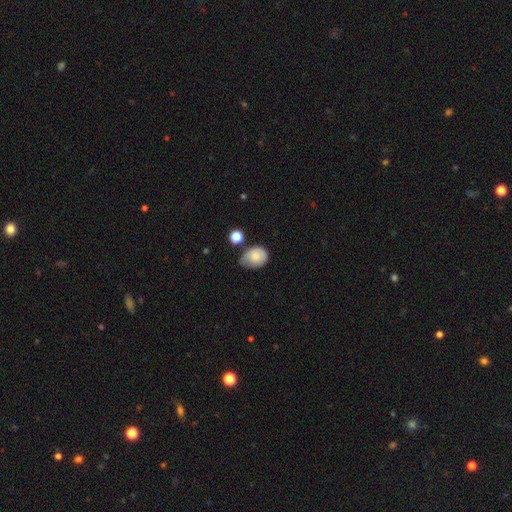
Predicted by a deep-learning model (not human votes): Overall: smooth (76%). How rounded: in between (56%; round 43%). Merging: minor disturbance (45%; none 35%).